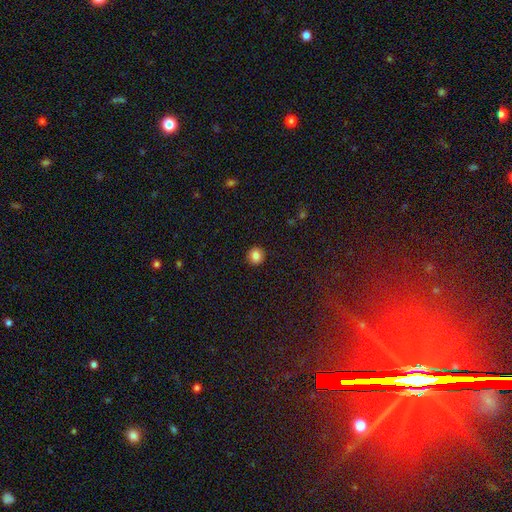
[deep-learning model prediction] This is clearly a smooth galaxy (84%). How rounded: clearly round (89%). Merging: clearly none (92%).